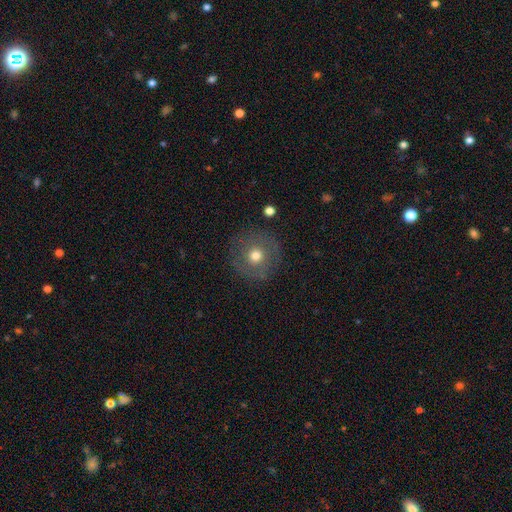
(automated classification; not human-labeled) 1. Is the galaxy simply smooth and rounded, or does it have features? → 63% smooth, 26% featured or disk, 11% star or artifact.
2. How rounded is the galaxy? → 95% round, 4% in between, 1% cigar-shaped.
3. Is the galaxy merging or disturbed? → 85% none, 9% minor disturbance, 4% major disturbance, 1% merger.